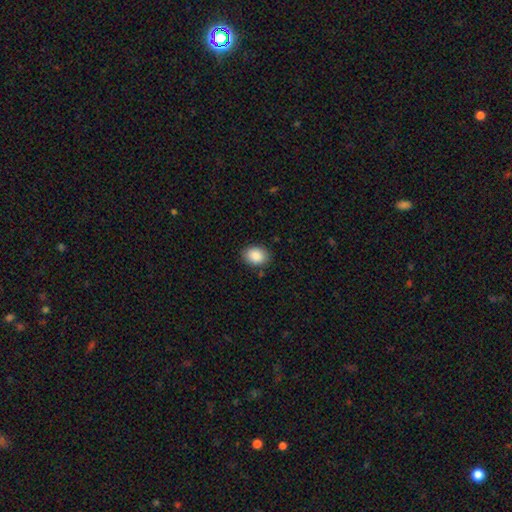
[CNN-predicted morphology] Q: Smooth or featured?
A: smooth (88%); runner-up: star or artifact (7%)
Q: How rounded?
A: in between (66%); runner-up: round (33%)
Q: Merging?
A: none (86%); runner-up: minor disturbance (10%)